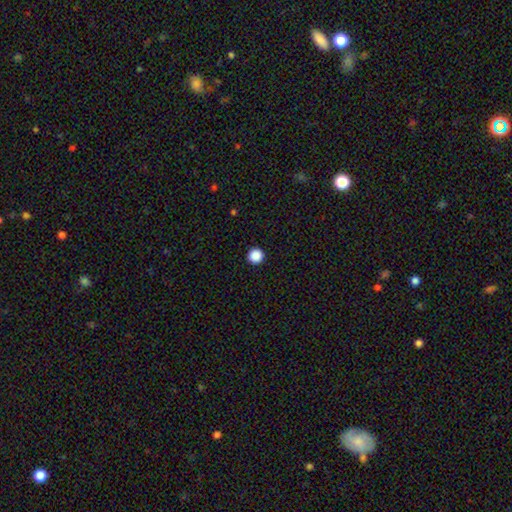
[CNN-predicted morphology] smooth-or-featured: smooth: 88% | star or artifact: 9% | featured or disk: 2%
  how-rounded: round: 97% | in between: 2% | cigar-shaped: 1%
  merging: none: 94% | minor disturbance: 4% | major disturbance: 1% | merger: 1%